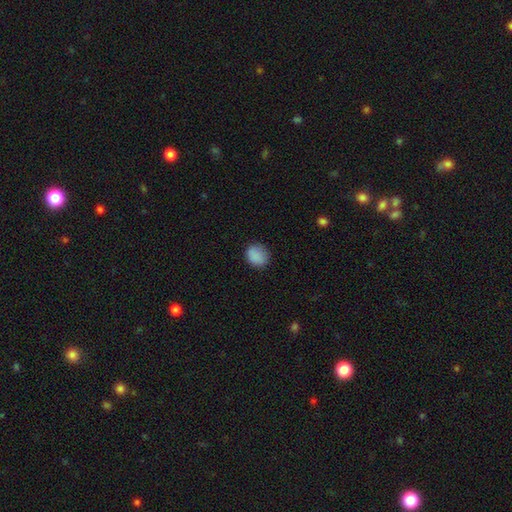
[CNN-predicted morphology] Q: Smooth or featured?
A: smooth (87%); runner-up: star or artifact (9%)
Q: How rounded?
A: round (66%); runner-up: in between (33%)
Q: Merging?
A: none (80%); runner-up: minor disturbance (15%)